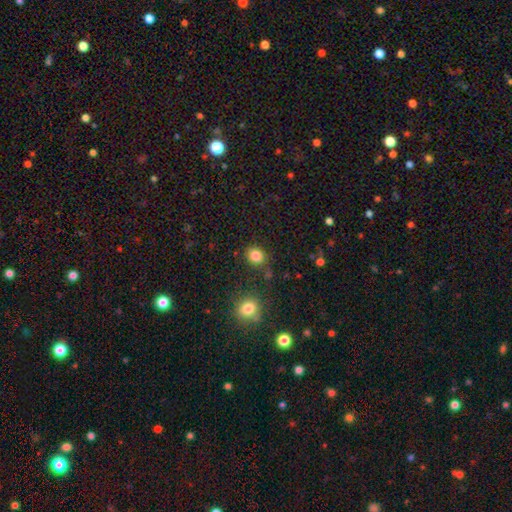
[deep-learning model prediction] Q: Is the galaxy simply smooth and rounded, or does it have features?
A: smooth — 84%.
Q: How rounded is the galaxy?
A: round — 72%.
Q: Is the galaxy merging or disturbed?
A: none — 81%.